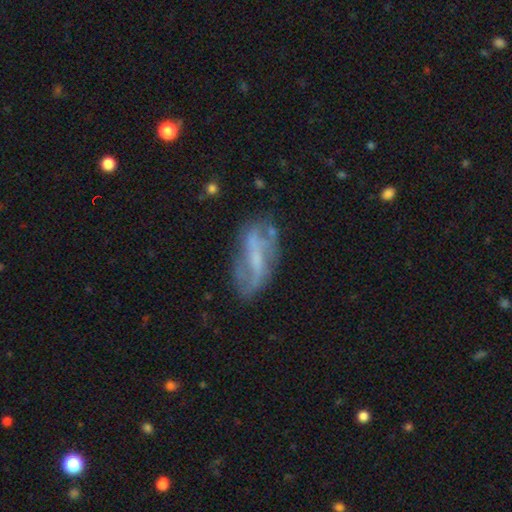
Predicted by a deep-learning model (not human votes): The model was most divided on "bulge size": small: 39%, none: 34%, moderate: 23%, large: 3%, dominant: 1%. Remaining: edge-on disk — no (87%); spiral arms — yes (68%); smooth or featured — featured or disk (66%); merging — none (60%); bar — weak (40%).